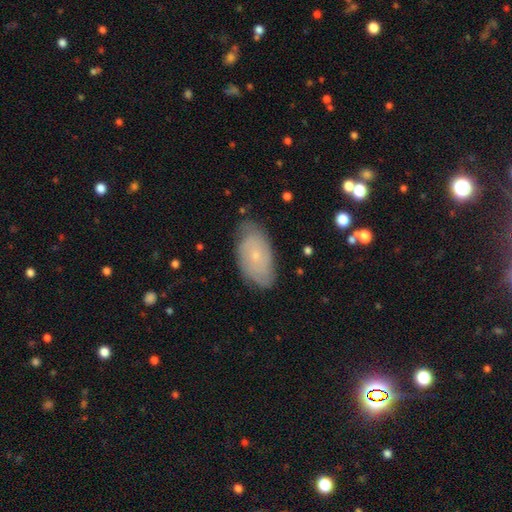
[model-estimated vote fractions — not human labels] Smooth or featured? Predicted: featured or disk (p=0.53). Edge-on disk? Predicted: no (p=0.92). Merging? Predicted: none (p=0.75).